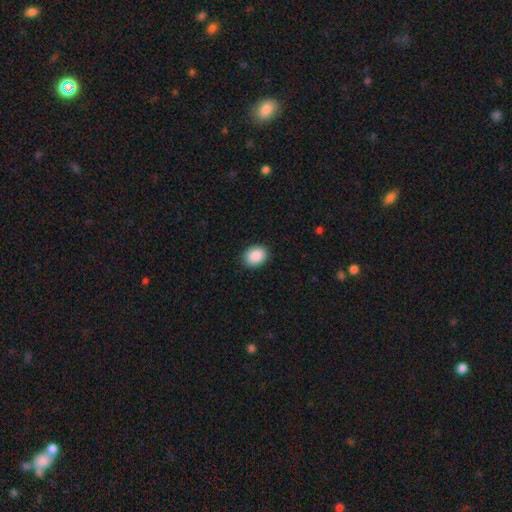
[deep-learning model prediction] Smooth or featured? Predicted: smooth (p=0.89). How rounded? Predicted: in between (p=0.52). Merging? Predicted: none (p=0.89).